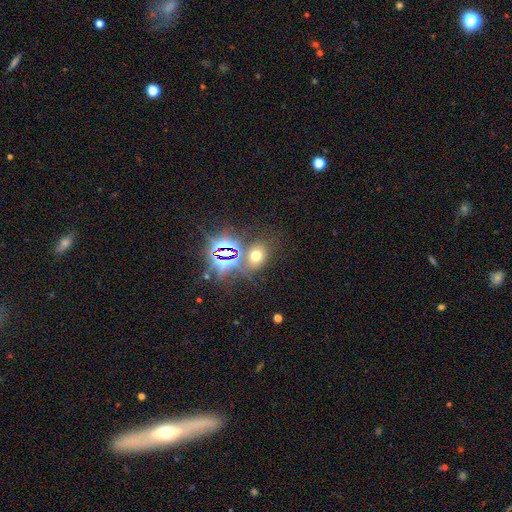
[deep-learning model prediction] A smooth galaxy with no disk features (51%) that is in between round and cigar-shaped (61%).

Vote fractions:
- Smooth or featured? smooth: 51% / star or artifact: 39% / featured or disk: 10%
- How rounded? in between: 61% / round: 37% / cigar-shaped: 2%
- Merging? none: 70% / merger: 12% / minor disturbance: 11% / major disturbance: 6%